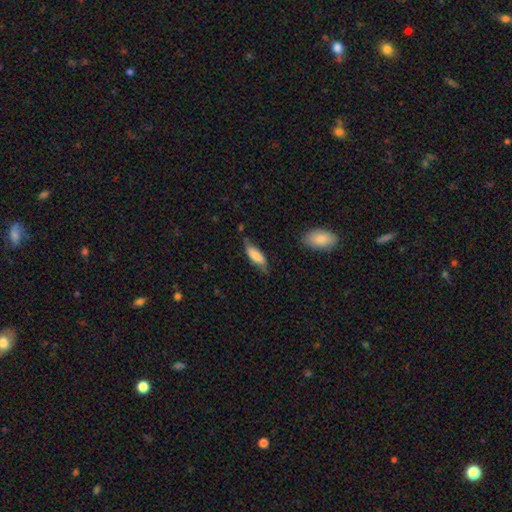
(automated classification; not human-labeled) smooth 72%, featured or disk 22%, star or artifact 6%. Down the decision tree: how rounded — in between (61%); merging — none (59%).